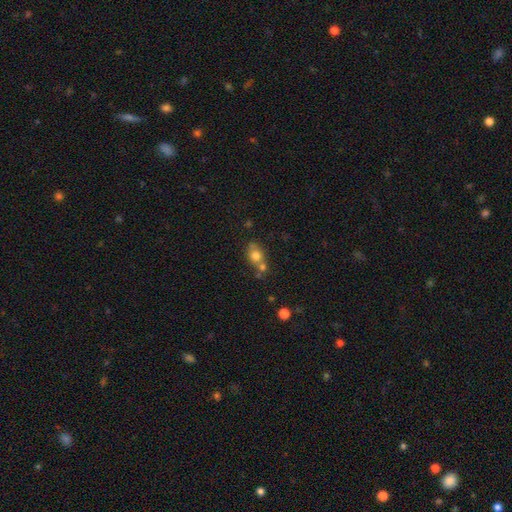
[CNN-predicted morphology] A smooth galaxy with no disk features (74%) that is round (65%).

Vote fractions:
- Smooth or featured? smooth: 74% / featured or disk: 14% / star or artifact: 12%
- How rounded? round: 65% / in between: 34% / cigar-shaped: 2%
- Merging? none: 45% / merger: 37% / minor disturbance: 12% / major disturbance: 5%